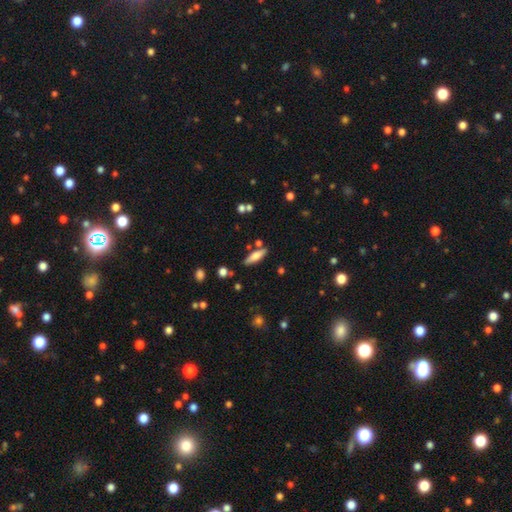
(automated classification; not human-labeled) Smooth or featured: smooth — 66% (featured or disk — 27%)
How rounded: cigar-shaped — 50% (in between — 48%)
Merging: none — 79% (minor disturbance — 12%)